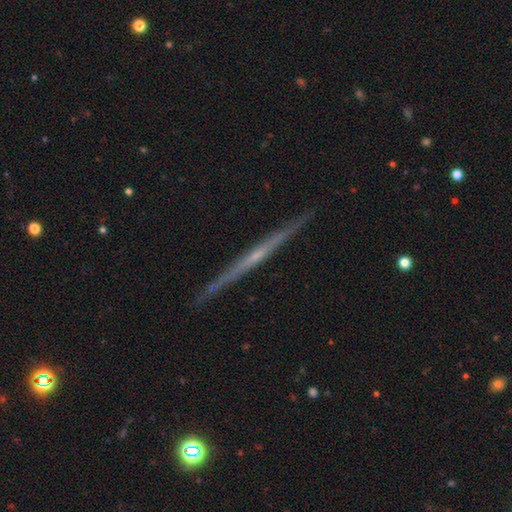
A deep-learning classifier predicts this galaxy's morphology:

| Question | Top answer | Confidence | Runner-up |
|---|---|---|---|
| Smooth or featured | featured or disk | 77% | smooth (17%) |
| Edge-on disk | yes | 98% | no (2%) |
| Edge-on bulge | none | 61% | rounded (33%) |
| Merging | none | 91% | minor disturbance (7%) |